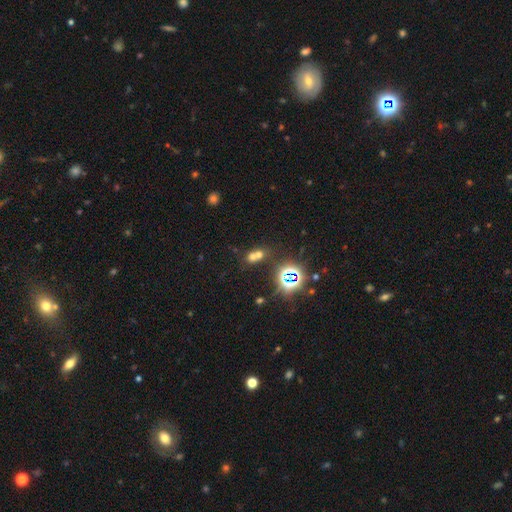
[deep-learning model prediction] The model was most divided on "smooth or featured": smooth: 49%, star or artifact: 37%, featured or disk: 14%. More confident: merging — merger (55%).